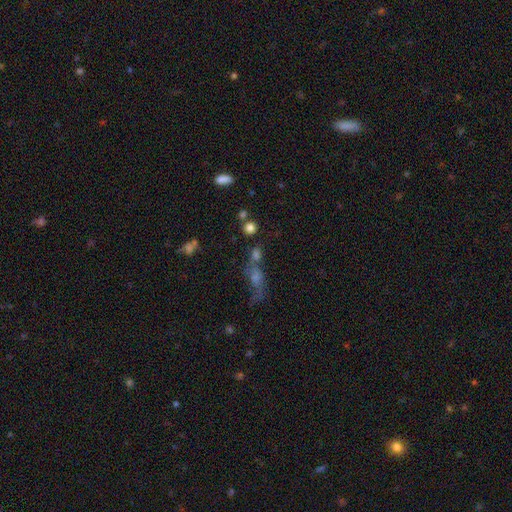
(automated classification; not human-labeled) Smooth or featured: smooth — 45% (star or artifact — 29%)
Merging: none — 40% (merger — 31%)